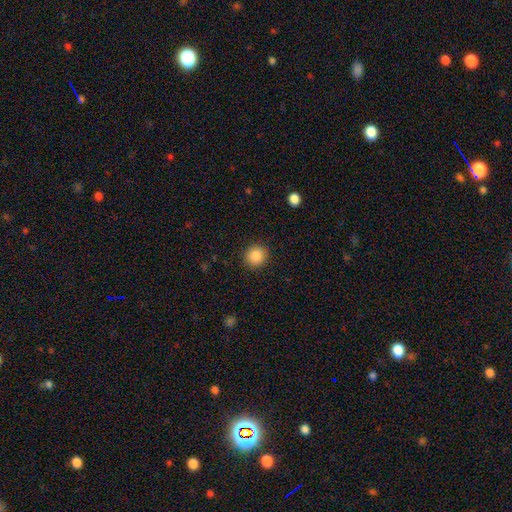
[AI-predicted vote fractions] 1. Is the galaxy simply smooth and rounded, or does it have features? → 87% smooth, 9% star or artifact, 4% featured or disk.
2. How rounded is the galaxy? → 91% round, 8% in between, 1% cigar-shaped.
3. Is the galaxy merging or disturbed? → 90% none, 6% minor disturbance, 2% major disturbance, 1% merger.